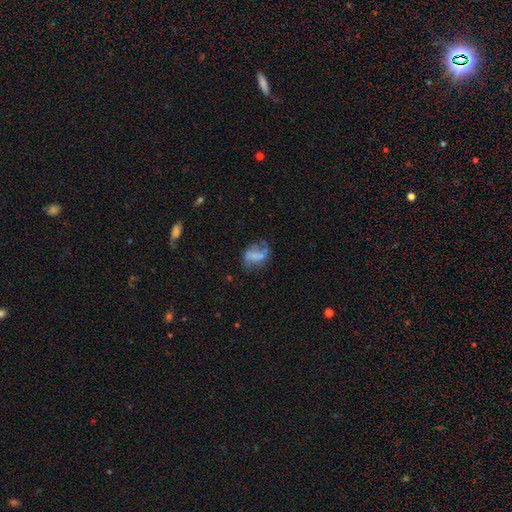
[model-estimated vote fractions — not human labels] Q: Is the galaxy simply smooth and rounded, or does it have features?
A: smooth — 45%.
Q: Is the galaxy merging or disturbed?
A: none — 39%.